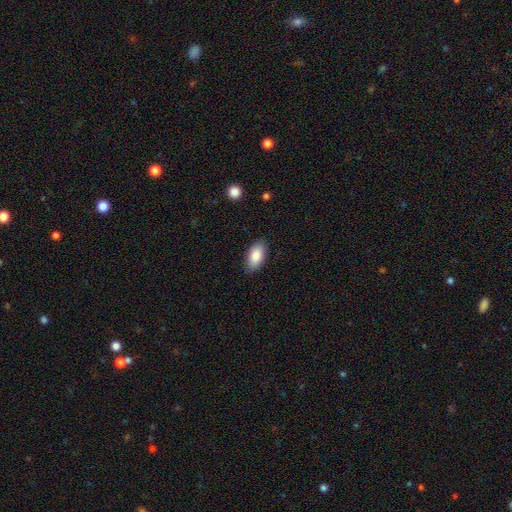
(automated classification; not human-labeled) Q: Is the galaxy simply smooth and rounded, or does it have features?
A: smooth — 86%.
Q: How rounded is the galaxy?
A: in between — 93%.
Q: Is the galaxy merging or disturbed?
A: none — 86%.